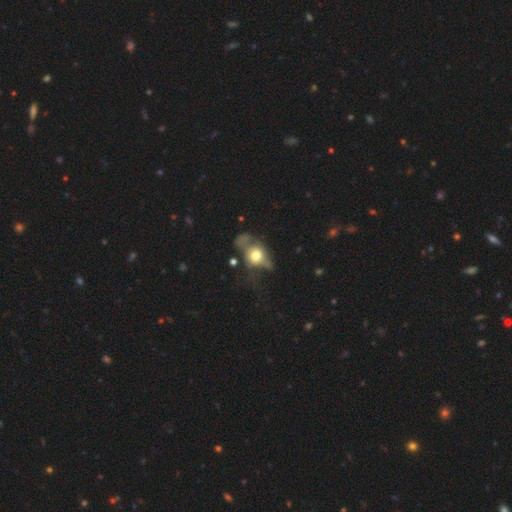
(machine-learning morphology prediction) smooth_or_featured: smooth (p=0.53) [alt: featured or disk p=0.36]
how_rounded: in between (p=0.50) [alt: round p=0.47]
merging: major disturbance (p=0.44) [alt: none p=0.26]